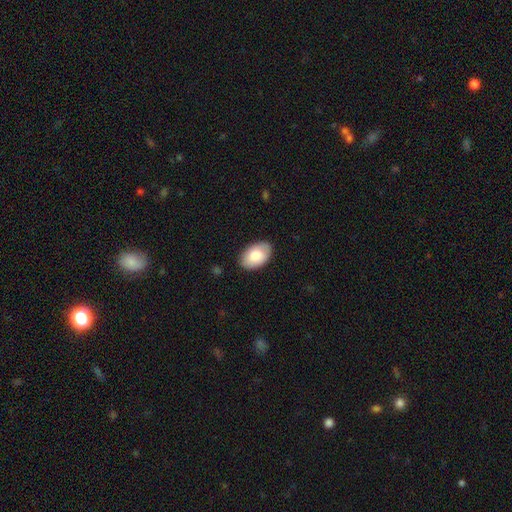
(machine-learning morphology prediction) type=smooth (80%); roundness=in between (92%); merging=none (84%).